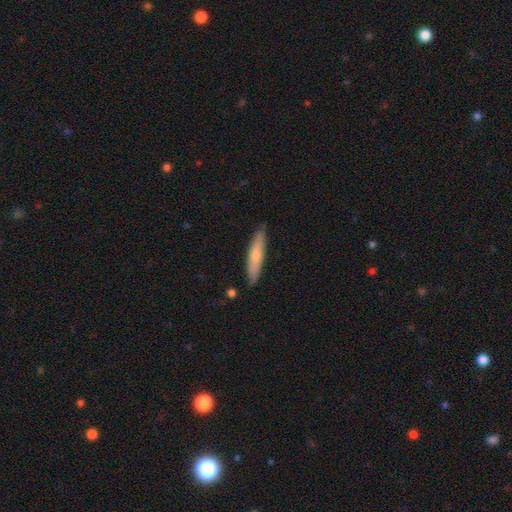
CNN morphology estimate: A smooth galaxy with no disk features (62%) that is cigar-shaped (86%).

Vote fractions:
- Smooth or featured? smooth: 62% / featured or disk: 33% / star or artifact: 5%
- How rounded? cigar-shaped: 86% / in between: 12% / round: 1%
- Merging? none: 85% / minor disturbance: 12% / major disturbance: 2% / merger: 2%